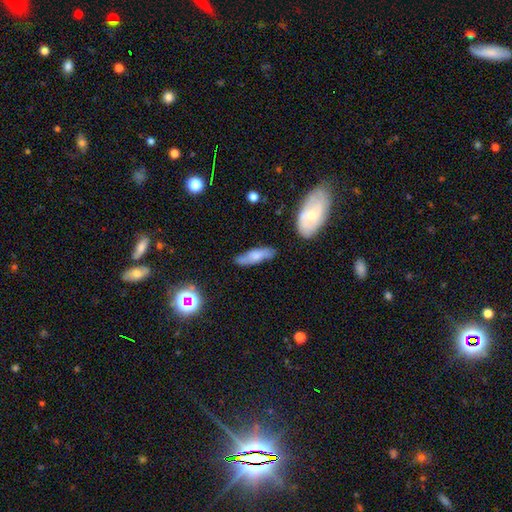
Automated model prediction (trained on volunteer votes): smooth-or-featured: smooth: 59% | featured or disk: 35% | star or artifact: 7%
  how-rounded: cigar-shaped: 57% | in between: 40% | round: 3%
  merging: none: 76% | minor disturbance: 17% | major disturbance: 4% | merger: 3%